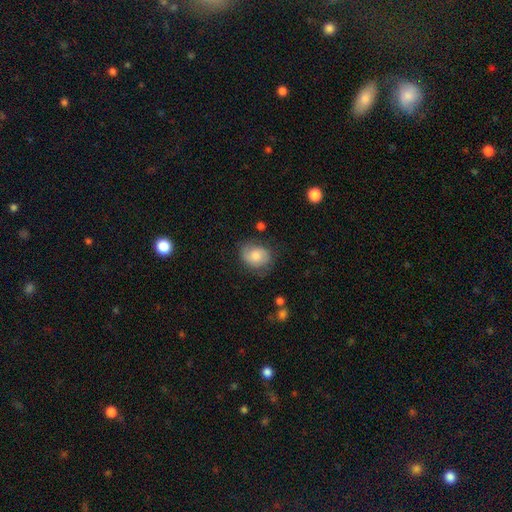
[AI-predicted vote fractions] smooth_or_featured: smooth (p=0.66) [alt: featured or disk p=0.27]
how_rounded: in between (p=0.51) [alt: round p=0.48]
merging: none (p=0.66) [alt: minor disturbance p=0.24]